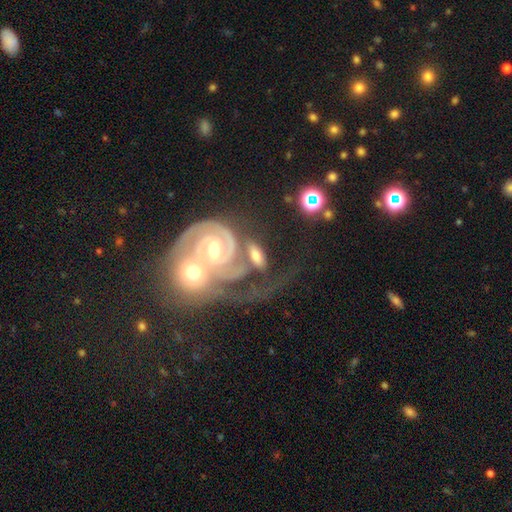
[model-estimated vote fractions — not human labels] Smooth or featured? featured or disk (65%)
Edge-on disk? no (93%)
Bar? no (43%)
Spiral arms? yes (92%)
Spiral winding? tight (61%)
Spiral arm count? 2 (59%)
Bulge size? moderate (62%)
Merging? merger (47%)